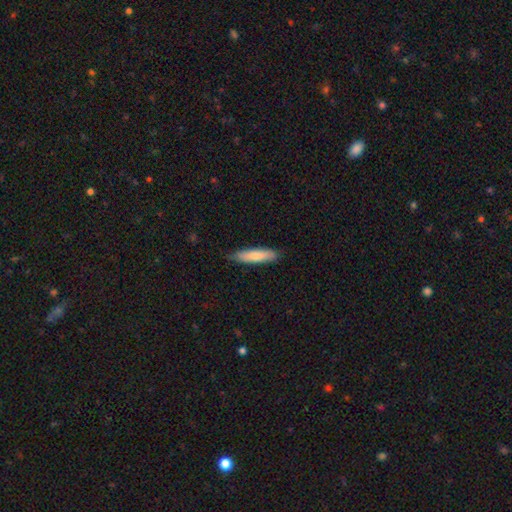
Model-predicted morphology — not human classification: This is likely a smooth galaxy (79%). How rounded: likely cigar-shaped (77%). Merging: clearly none (82%).